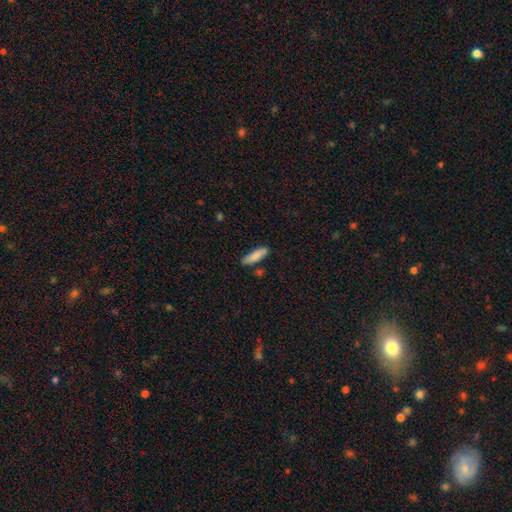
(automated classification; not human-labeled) Smooth or featured: smooth — 86% (featured or disk — 8%)
How rounded: cigar-shaped — 61% (in between — 38%)
Merging: none — 83% (minor disturbance — 11%)